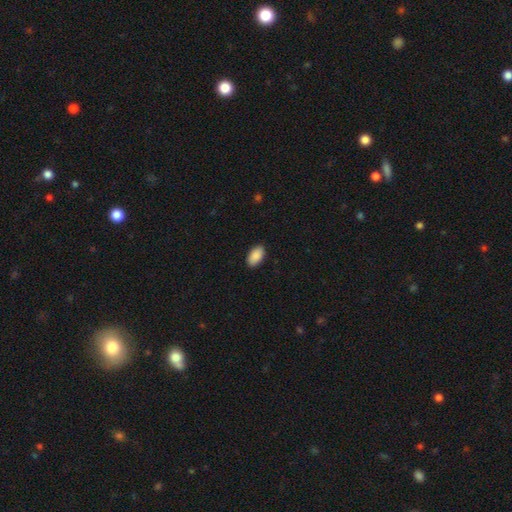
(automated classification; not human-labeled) Q: Smooth or featured?
A: smooth (90%); runner-up: star or artifact (6%)
Q: How rounded?
A: in between (95%); runner-up: round (3%)
Q: Merging?
A: none (90%); runner-up: minor disturbance (7%)